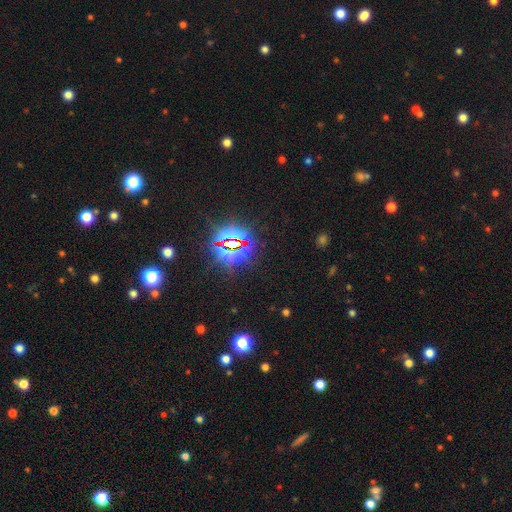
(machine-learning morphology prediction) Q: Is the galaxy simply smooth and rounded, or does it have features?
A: star or artifact — 79%.